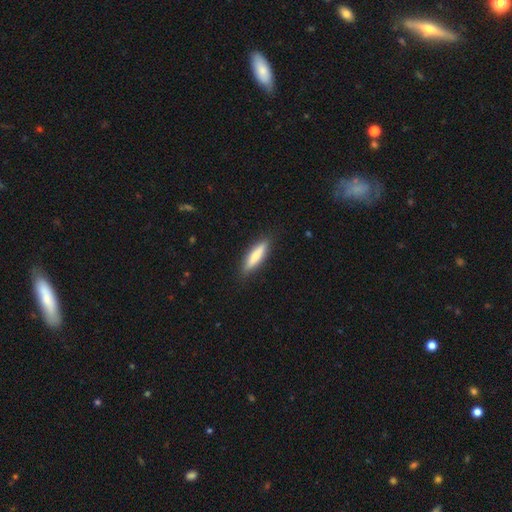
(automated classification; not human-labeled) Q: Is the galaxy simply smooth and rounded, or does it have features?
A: smooth — 71%.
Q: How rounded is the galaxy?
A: cigar-shaped — 77%.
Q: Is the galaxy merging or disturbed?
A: none — 88%.